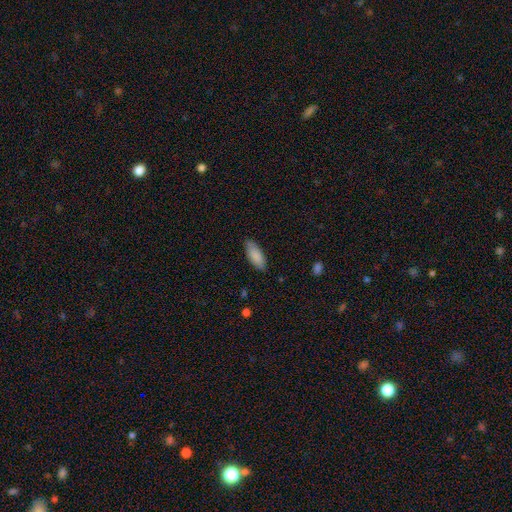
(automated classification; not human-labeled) Smooth or featured?
  - smooth: 86% *
  - featured or disk: 8%
  - star or artifact: 6%
How rounded?
  - in between: 81% *
  - cigar-shaped: 18%
  - round: 2%
Merging?
  - none: 80% *
  - minor disturbance: 16%
  - major disturbance: 3%
  - merger: 1%